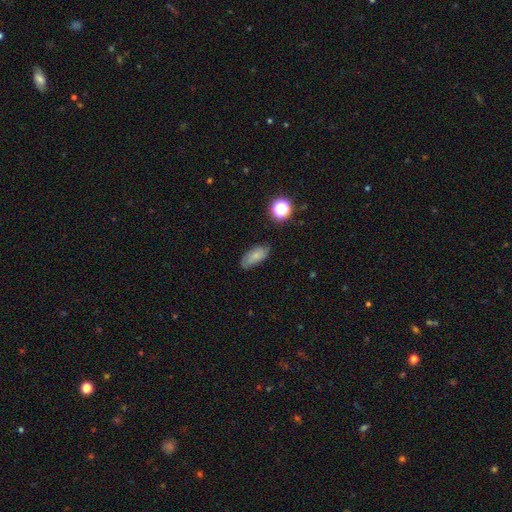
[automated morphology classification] Smooth or featured: smooth — 64% (featured or disk — 25%)
How rounded: in between — 87% (cigar-shaped — 8%)
Merging: none — 74% (minor disturbance — 20%)